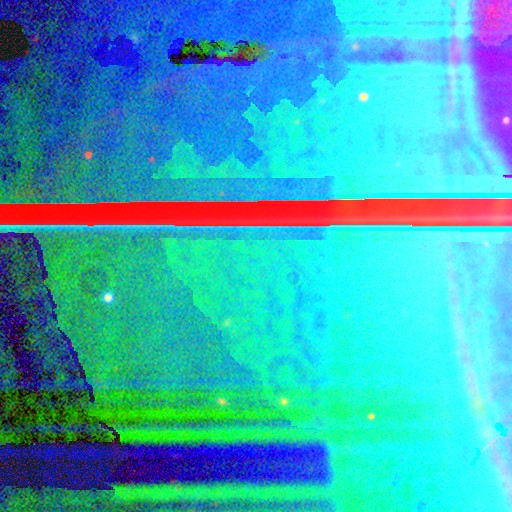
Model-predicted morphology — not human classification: Smooth or featured?
  - star or artifact: 86% *
  - featured or disk: 8%
  - smooth: 6%